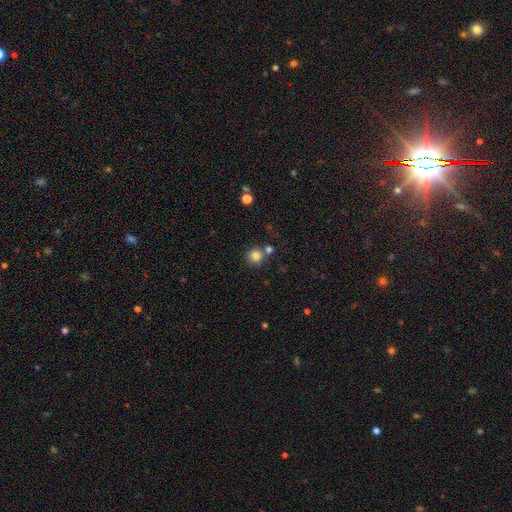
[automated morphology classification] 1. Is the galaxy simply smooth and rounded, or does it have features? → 83% smooth, 12% star or artifact, 5% featured or disk.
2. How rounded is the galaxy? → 92% round, 7% in between, 1% cigar-shaped.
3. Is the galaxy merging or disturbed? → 74% none, 15% merger, 9% minor disturbance, 3% major disturbance.